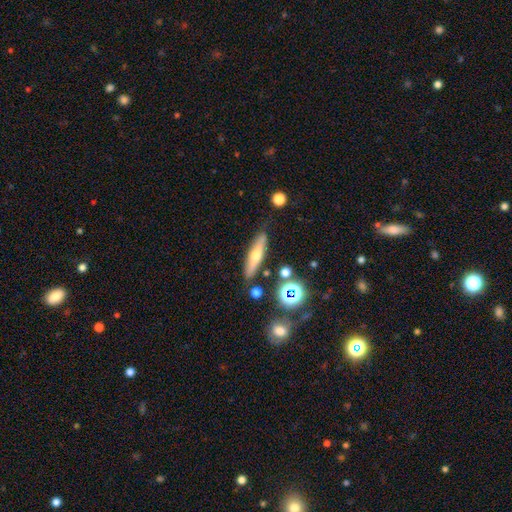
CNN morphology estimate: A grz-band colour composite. It shows a smooth galaxy with no disk features (50%). Merging: none (84%).